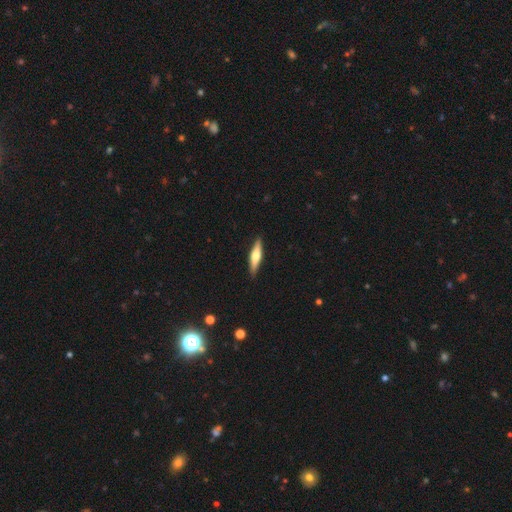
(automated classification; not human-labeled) A featured or disk galaxy (50%). Merging: none (90%).